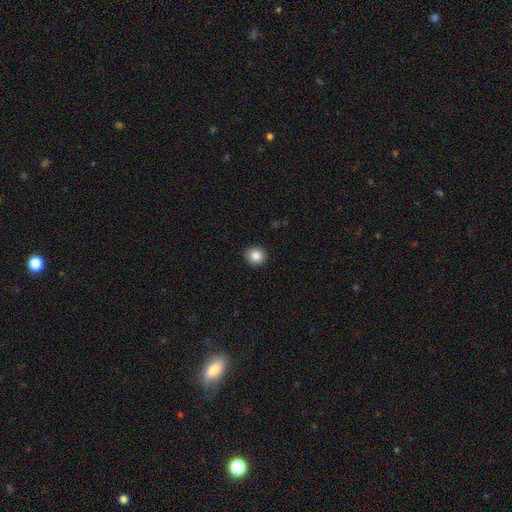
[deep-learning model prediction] smooth 87%, star or artifact 9%, featured or disk 4%. Down the decision tree: how rounded — round (91%); merging — none (92%).